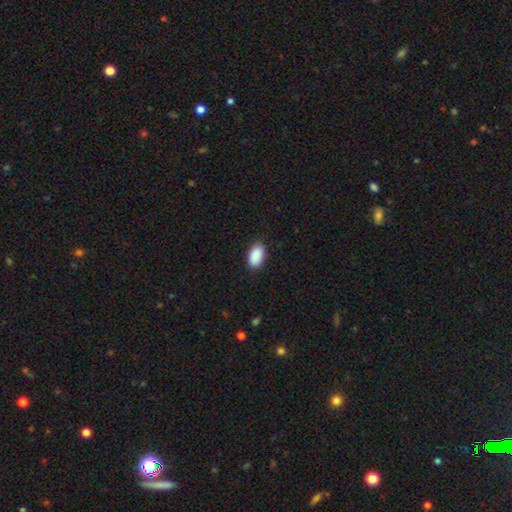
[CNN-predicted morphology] This appears to be a smooth galaxy with no disk features (91%) that is in between round and cigar-shaped (94%). Merging: none (86%).